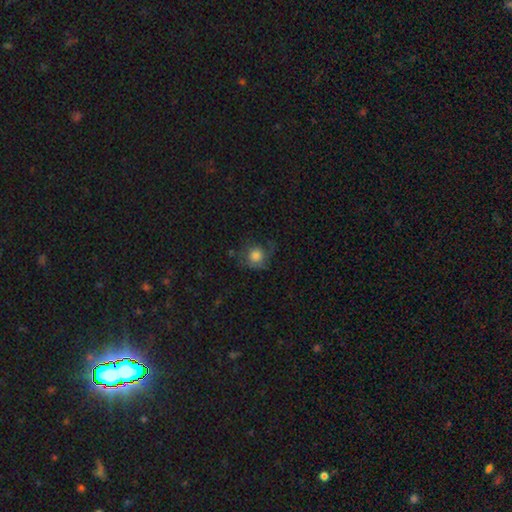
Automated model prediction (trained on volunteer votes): Smooth or featured?
  - smooth: 64% *
  - featured or disk: 26%
  - star or artifact: 10%
How rounded?
  - round: 83% *
  - in between: 16%
  - cigar-shaped: 1%
Merging?
  - none: 53% *
  - minor disturbance: 23%
  - major disturbance: 22%
  - merger: 2%